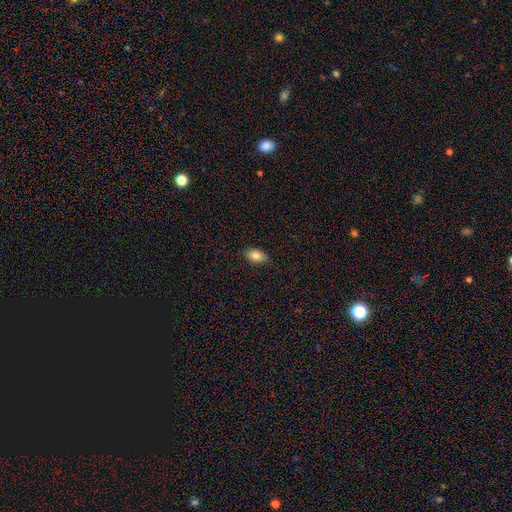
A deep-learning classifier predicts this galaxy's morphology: A smooth galaxy with no disk features (85%) that is in between round and cigar-shaped (92%). Merging: none (87%).